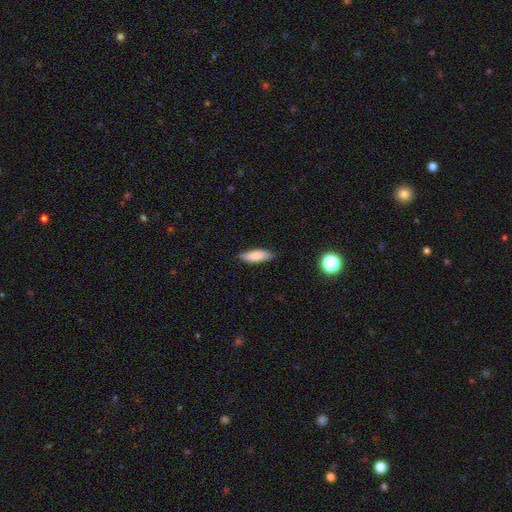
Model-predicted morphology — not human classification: Overall: smooth (80%). How rounded: cigar-shaped (51%; in between 47%). Merging: none (86%).